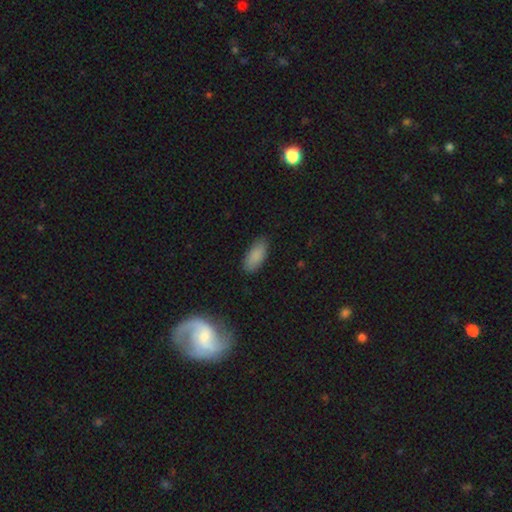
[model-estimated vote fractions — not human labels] smooth_or_featured: smooth (p=0.87) [alt: star or artifact p=0.07]
how_rounded: in between (p=0.88) [alt: cigar-shaped p=0.10]
merging: none (p=0.83) [alt: minor disturbance p=0.13]